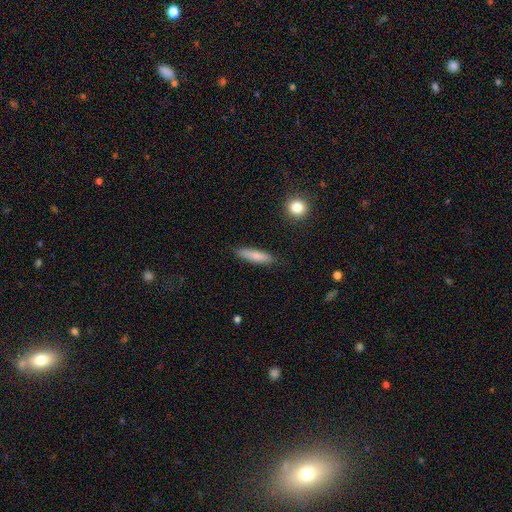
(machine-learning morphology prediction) The model was most divided on "how rounded": cigar-shaped: 76%, in between: 22%, round: 2%. More confident: merging — none (86%); smooth or featured — smooth (80%).